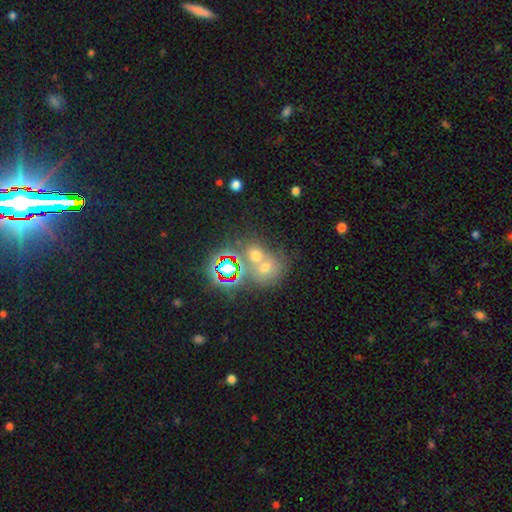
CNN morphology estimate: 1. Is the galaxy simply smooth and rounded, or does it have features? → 52% smooth, 33% star or artifact, 15% featured or disk.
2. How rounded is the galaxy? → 67% round, 32% in between, 1% cigar-shaped.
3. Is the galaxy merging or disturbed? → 48% merger, 40% none, 8% minor disturbance, 4% major disturbance.